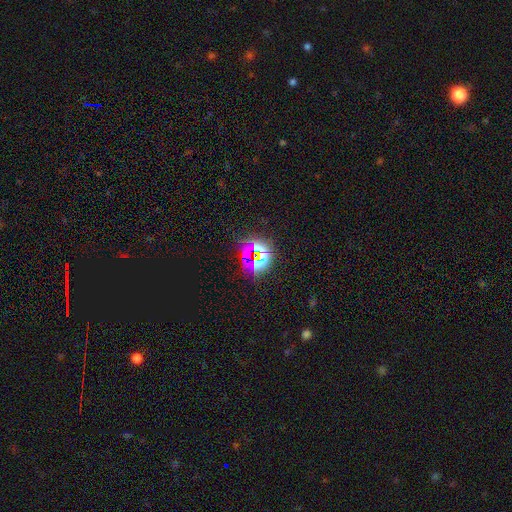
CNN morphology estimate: Q: Smooth or featured?
A: star or artifact (73%); runner-up: smooth (17%)